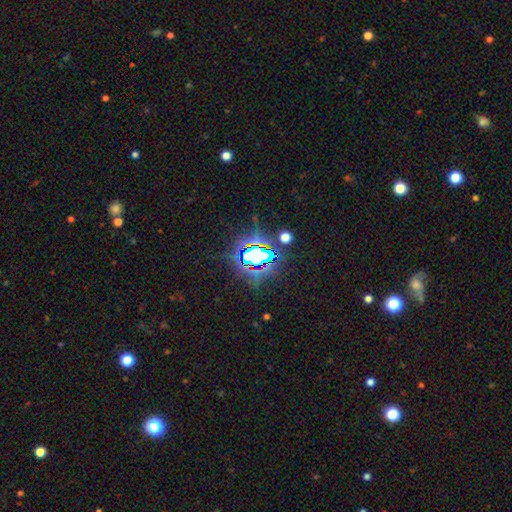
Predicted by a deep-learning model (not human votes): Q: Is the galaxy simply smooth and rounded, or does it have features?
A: star or artifact — 74%.